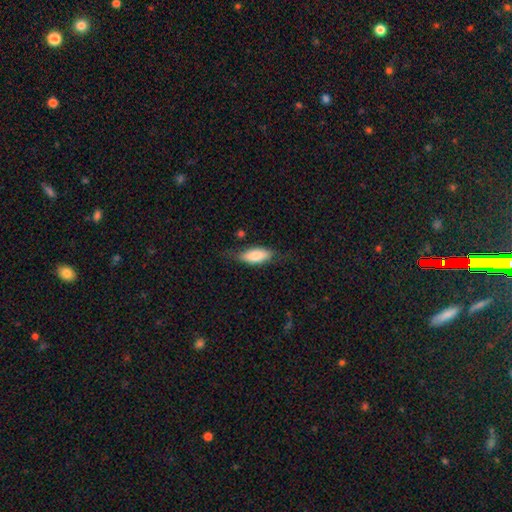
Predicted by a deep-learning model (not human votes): smooth_or_featured: smooth (p=0.75) [alt: featured or disk p=0.19]
how_rounded: in between (p=0.79) [alt: cigar-shaped p=0.18]
merging: none (p=0.64) [alt: minor disturbance p=0.25]